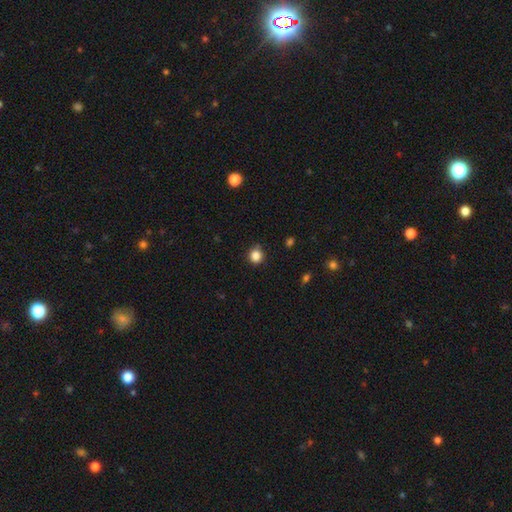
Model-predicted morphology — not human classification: type=smooth (85%); roundness=round (88%); merging=none (83%).